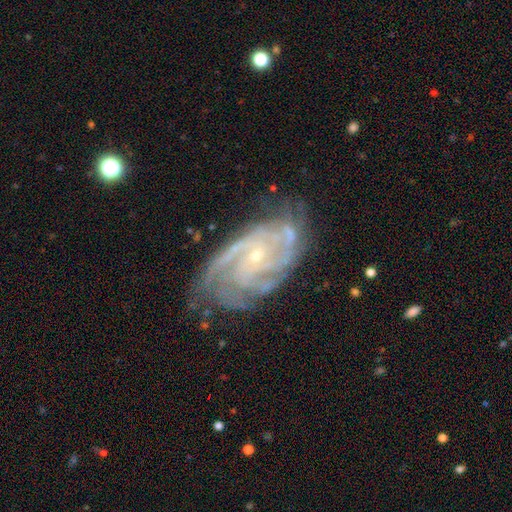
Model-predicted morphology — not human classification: Smooth or featured?
  - featured or disk: 90% *
  - star or artifact: 6%
  - smooth: 4%
Edge-on disk?
  - no: 97% *
  - yes: 3%
Bar?
  - no: 66% *
  - weak: 26%
  - strong: 8%
Spiral arms?
  - yes: 98% *
  - no: 2%
Spiral winding?
  - tight: 62% *
  - medium: 33%
  - loose: 5%
Spiral arm count?
  - 4: 26% * (tied)
  - 3: 26% * (tied)
  - can't tell: 17%
  - 2: 16%
  - more than 4: 9%
  - 1: 7%
Bulge size?
  - small: 83% *
  - moderate: 14%
  - none: 2%
  - large: 1%
  - dominant: 1%
Merging?
  - none: 69% *
  - minor disturbance: 21%
  - major disturbance: 8%
  - merger: 2%